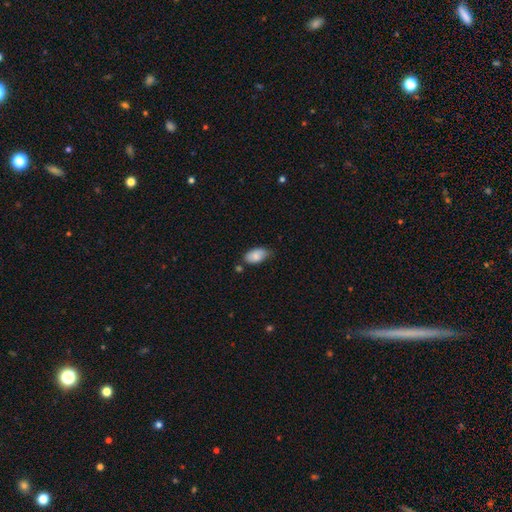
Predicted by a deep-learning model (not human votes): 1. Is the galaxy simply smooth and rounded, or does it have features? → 83% smooth, 10% featured or disk, 7% star or artifact.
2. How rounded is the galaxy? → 94% in between, 4% round, 2% cigar-shaped.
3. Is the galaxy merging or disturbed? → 63% none, 28% minor disturbance, 5% merger, 4% major disturbance.